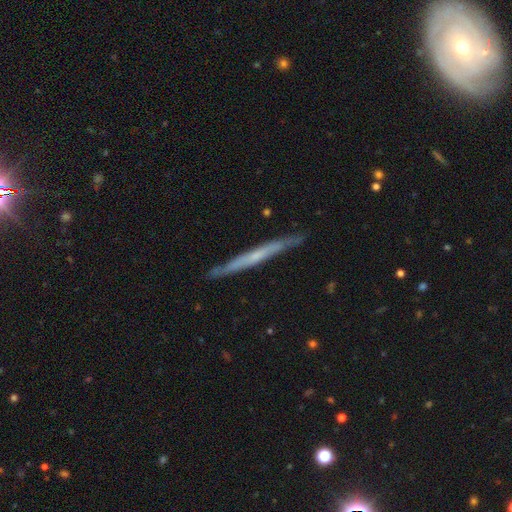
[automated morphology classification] Smooth or featured?
  - featured or disk: 61% *
  - smooth: 34%
  - star or artifact: 5%
Edge-on disk?
  - yes: 95% *
  - no: 5%
Edge-on bulge?
  - none: 73% *
  - rounded: 21%
  - boxy: 6%
Merging?
  - none: 86% *
  - minor disturbance: 11%
  - major disturbance: 2%
  - merger: 1%